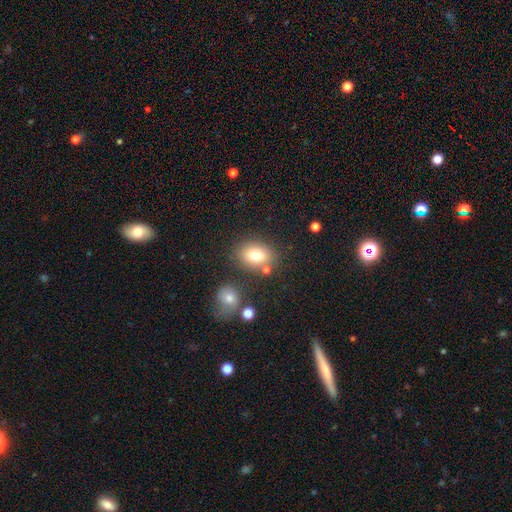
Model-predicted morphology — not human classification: This is likely a smooth galaxy (76%). How rounded: likely in between (61%). Merging: likely none (73%).